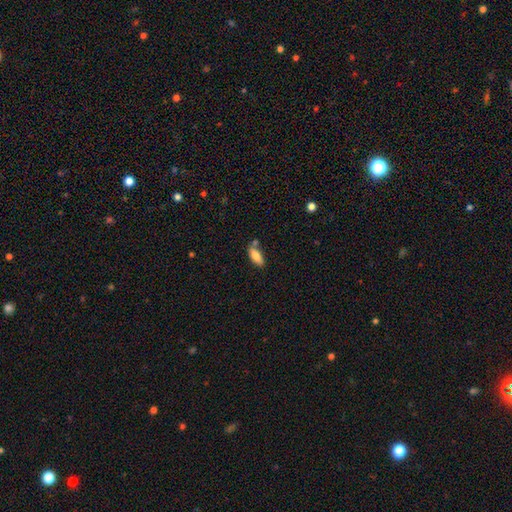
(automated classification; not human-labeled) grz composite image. It shows a smooth galaxy with no disk features (81%) that is in between round and cigar-shaped (78%). Merging: none (66%).